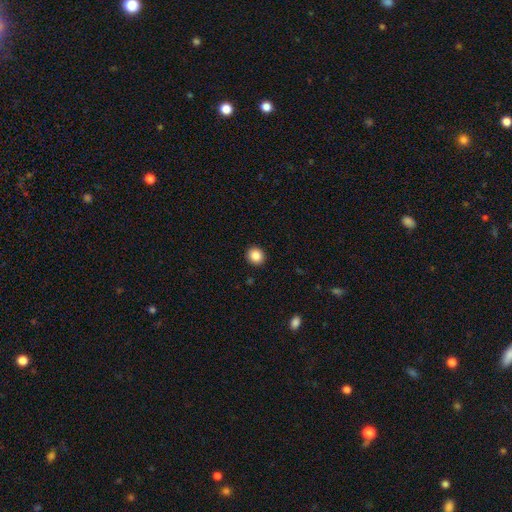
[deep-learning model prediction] smooth-or-featured: smooth: 86% | star or artifact: 10% | featured or disk: 4%
  how-rounded: round: 84% | in between: 16% | cigar-shaped: 1%
  merging: none: 93% | minor disturbance: 5% | major disturbance: 2% | merger: 1%